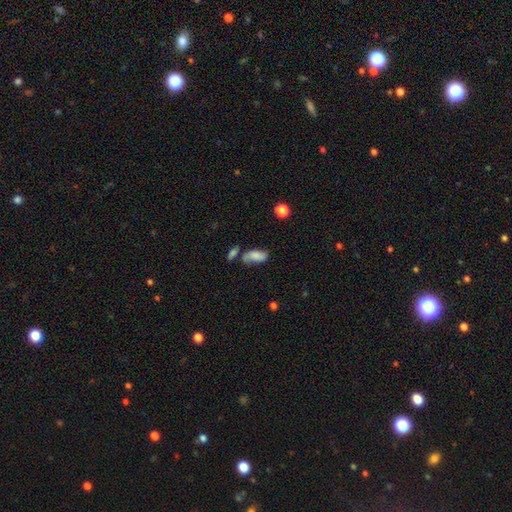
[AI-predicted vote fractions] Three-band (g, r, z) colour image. It shows a smooth galaxy with no disk features (70%) that is in between round and cigar-shaped (89%). Merging: none (42%).